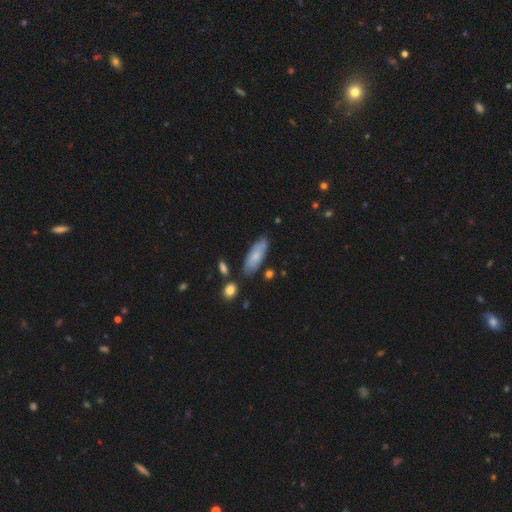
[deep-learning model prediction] smooth_or_featured: smooth (p=0.70) [alt: featured or disk p=0.24]
how_rounded: in between (p=0.65) [alt: cigar-shaped p=0.33]
merging: none (p=0.75) [alt: minor disturbance p=0.17]